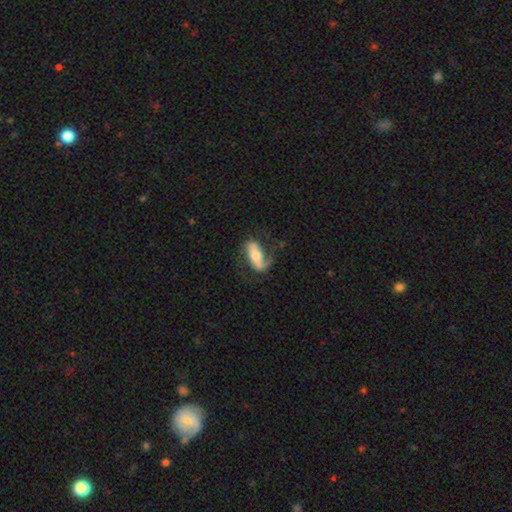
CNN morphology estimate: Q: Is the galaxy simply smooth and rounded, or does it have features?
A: featured or disk — 68%.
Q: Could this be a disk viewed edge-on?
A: no — 86%.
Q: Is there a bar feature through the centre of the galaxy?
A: strong — 54%.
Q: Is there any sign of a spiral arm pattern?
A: yes — 85%.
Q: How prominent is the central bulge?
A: moderate — 54%.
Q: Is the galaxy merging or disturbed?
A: none — 63%.